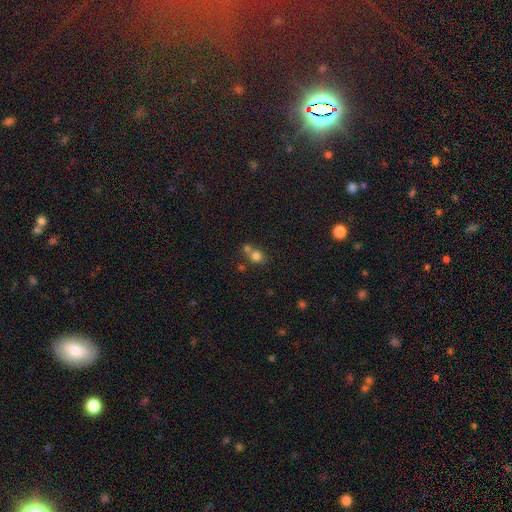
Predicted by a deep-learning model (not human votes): Smooth or featured?
  - smooth: 77% *
  - star or artifact: 13%
  - featured or disk: 10%
How rounded?
  - round: 73% *
  - in between: 26%
  - cigar-shaped: 1%
Merging?
  - merger: 47% *
  - none: 41%
  - minor disturbance: 8%
  - major disturbance: 4%